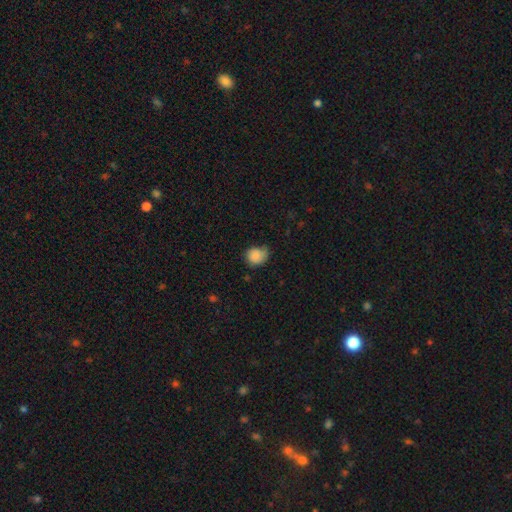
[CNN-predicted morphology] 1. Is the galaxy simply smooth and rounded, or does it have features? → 85% smooth, 8% star or artifact, 7% featured or disk.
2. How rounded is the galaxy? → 69% round, 30% in between, 1% cigar-shaped.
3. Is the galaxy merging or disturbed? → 53% none, 36% minor disturbance, 9% major disturbance, 2% merger.